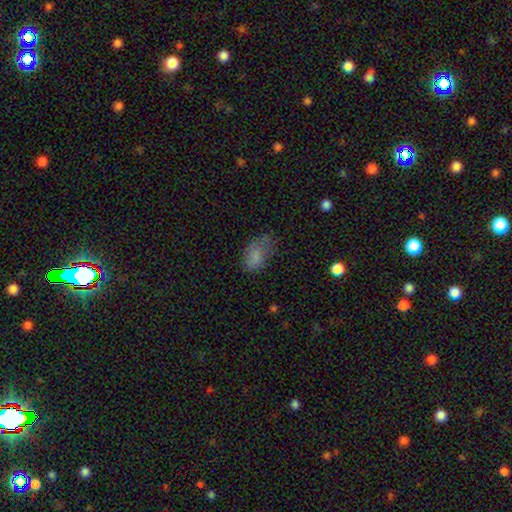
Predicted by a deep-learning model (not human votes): The model was most divided on "merging": none: 48%, minor disturbance: 32%, major disturbance: 18%, merger: 2%. More confident: how rounded — in between (91%); smooth or featured — smooth (77%).